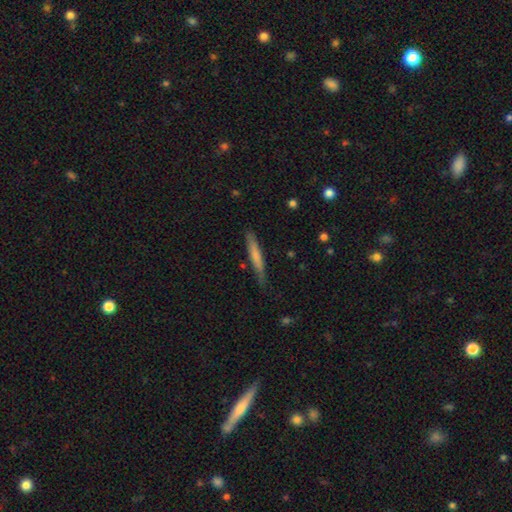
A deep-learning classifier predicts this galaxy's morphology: Smooth or featured?
  - smooth: 65% *
  - featured or disk: 29%
  - star or artifact: 6%
How rounded?
  - cigar-shaped: 94% *
  - in between: 4%
  - round: 1%
Merging?
  - none: 77% *
  - minor disturbance: 18%
  - major disturbance: 3%
  - merger: 2%